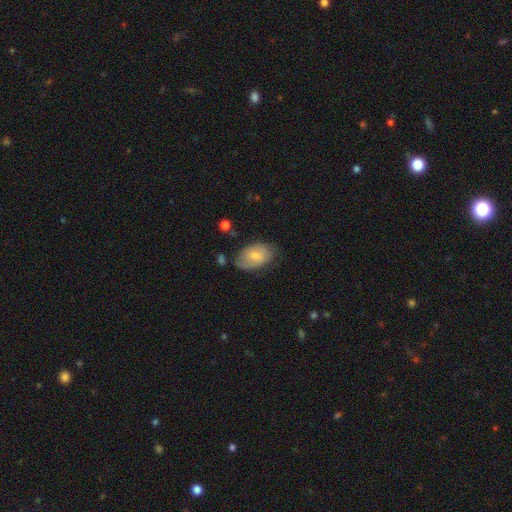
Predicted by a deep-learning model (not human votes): smooth-or-featured: smooth: 58% | featured or disk: 35% | star or artifact: 7%
  how-rounded: in between: 90% | round: 9% | cigar-shaped: 1%
  merging: none: 62% | minor disturbance: 27% | major disturbance: 8% | merger: 3%